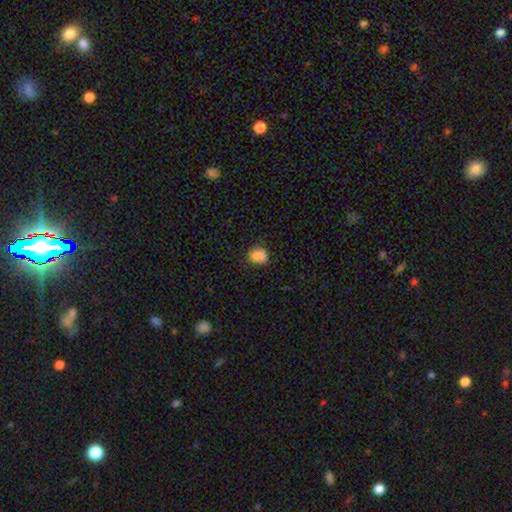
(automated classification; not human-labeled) Smooth or featured? smooth (77%)
How rounded? round (62%)
Merging? none (47%)